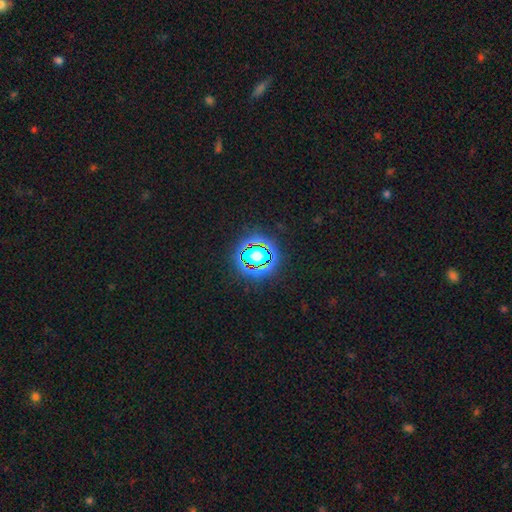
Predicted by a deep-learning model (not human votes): smooth_or_featured: star or artifact (p=0.79) [alt: smooth p=0.14]